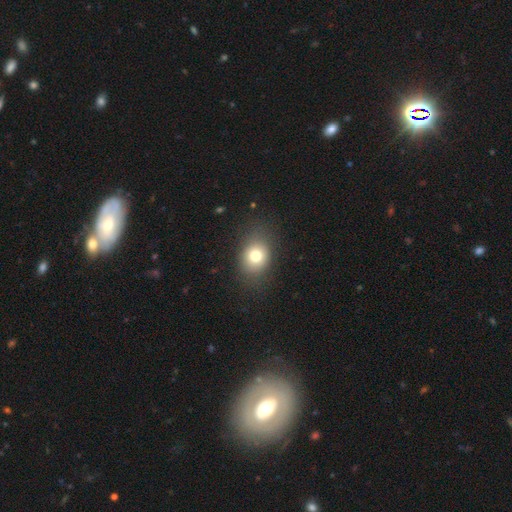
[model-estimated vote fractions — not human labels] A smooth galaxy with no disk features (75%) that is in between round and cigar-shaped (54%). Merging: none (80%).